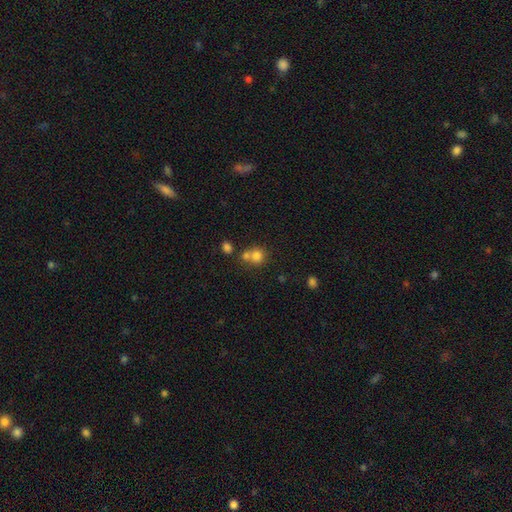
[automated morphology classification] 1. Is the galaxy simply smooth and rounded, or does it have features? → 78% smooth, 12% star or artifact, 10% featured or disk.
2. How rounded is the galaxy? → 84% round, 15% in between, 1% cigar-shaped.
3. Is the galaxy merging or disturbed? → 47% none, 41% merger, 8% minor disturbance, 4% major disturbance.